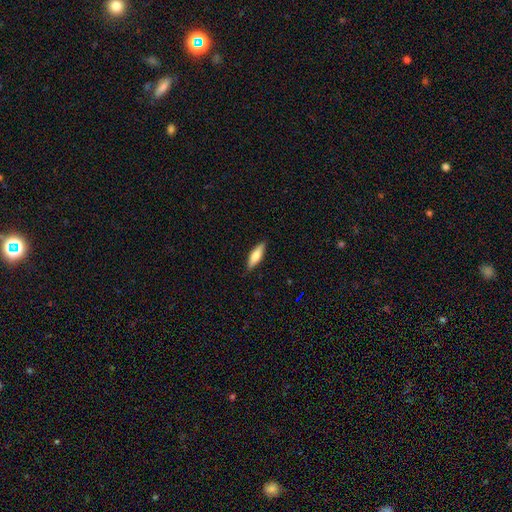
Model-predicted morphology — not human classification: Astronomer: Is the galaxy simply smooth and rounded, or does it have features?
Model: smooth — 66%.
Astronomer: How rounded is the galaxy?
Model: cigar-shaped — 58% (runner-up: in between, 40%).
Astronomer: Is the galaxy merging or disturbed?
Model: none — 87%.